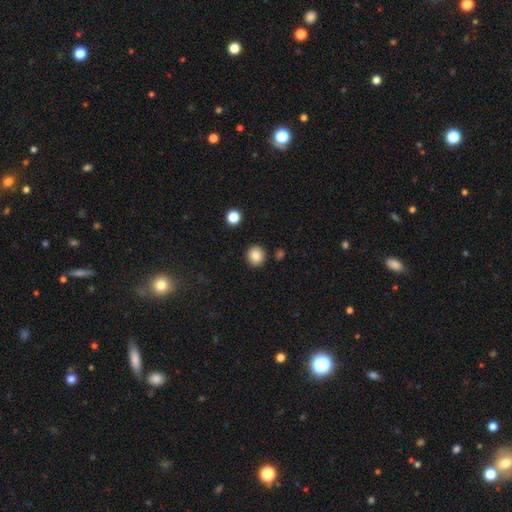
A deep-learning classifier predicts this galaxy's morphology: Smooth or featured?
  - smooth: 86% *
  - star or artifact: 10%
  - featured or disk: 5%
How rounded?
  - round: 91% *
  - in between: 8%
  - cigar-shaped: 1%
Merging?
  - none: 90% *
  - minor disturbance: 6%
  - merger: 2%
  - major disturbance: 2%